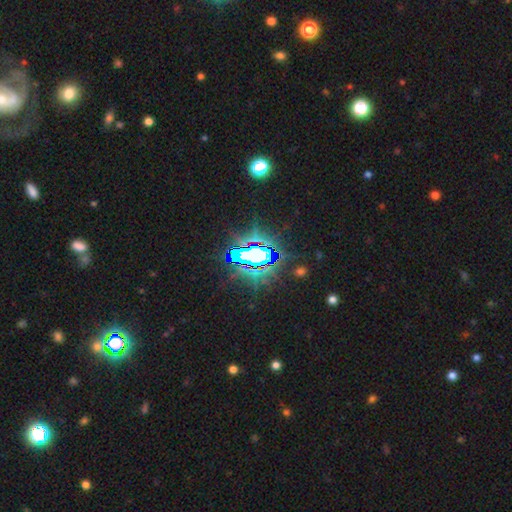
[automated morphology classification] The model was most divided on "smooth or featured": star or artifact: 76%, smooth: 12%, featured or disk: 11%.